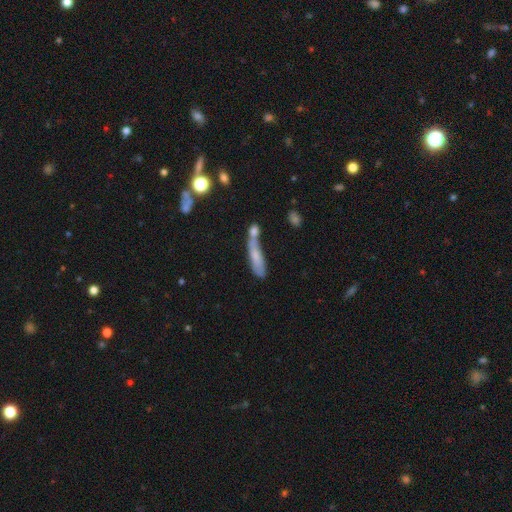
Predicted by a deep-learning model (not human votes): Q: Smooth or featured?
A: smooth (60%); runner-up: featured or disk (29%)
Q: How rounded?
A: cigar-shaped (73%); runner-up: in between (25%)
Q: Merging?
A: merger (40%); runner-up: none (30%)